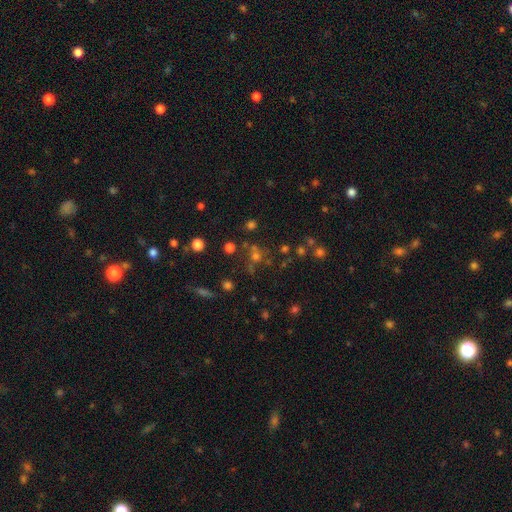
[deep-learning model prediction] Smooth or featured? Predicted: smooth (p=0.46). Merging? Predicted: none (p=0.63).